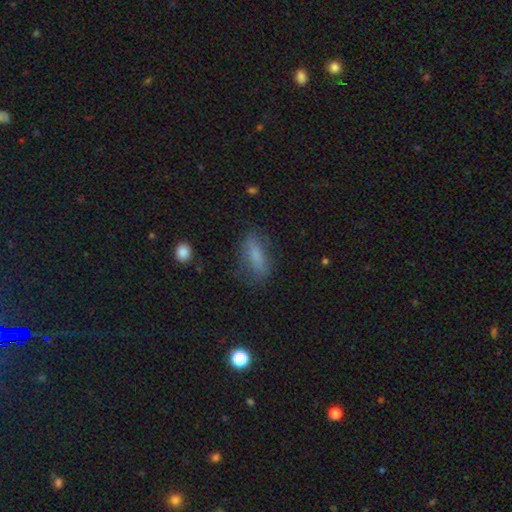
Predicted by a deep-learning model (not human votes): smooth 69%, featured or disk 21%, star or artifact 10%. Down the decision tree: how rounded — in between (64%); merging — none (70%).